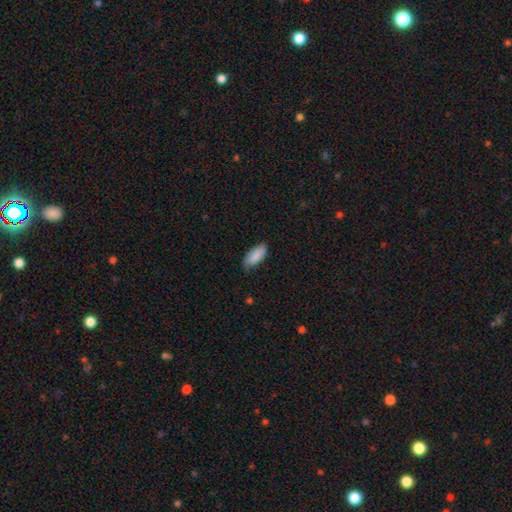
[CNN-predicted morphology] Smooth or featured?
  - smooth: 87% *
  - featured or disk: 7%
  - star or artifact: 6%
How rounded?
  - in between: 87% *
  - cigar-shaped: 11%
  - round: 2%
Merging?
  - none: 72% *
  - minor disturbance: 23%
  - major disturbance: 3%
  - merger: 1%